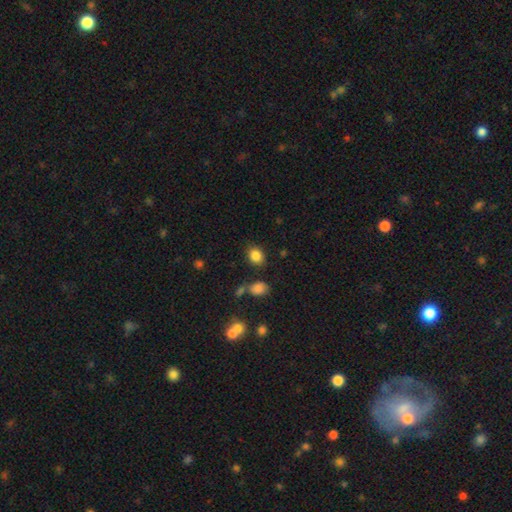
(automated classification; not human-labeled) smooth-or-featured: smooth: 85% | star or artifact: 10% | featured or disk: 5%
  how-rounded: in between: 53% | round: 46% | cigar-shaped: 1%
  merging: none: 81% | minor disturbance: 11% | merger: 4% | major disturbance: 4%